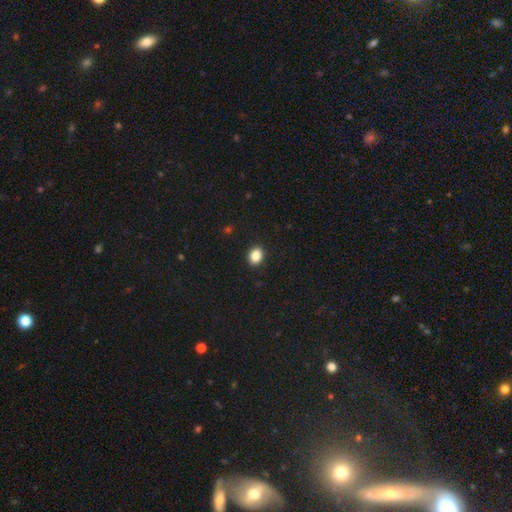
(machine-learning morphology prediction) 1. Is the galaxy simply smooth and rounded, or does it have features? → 87% smooth, 9% star or artifact, 4% featured or disk.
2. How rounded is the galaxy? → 57% in between, 43% round, 1% cigar-shaped.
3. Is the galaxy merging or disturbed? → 91% none, 6% minor disturbance, 2% major disturbance, 1% merger.